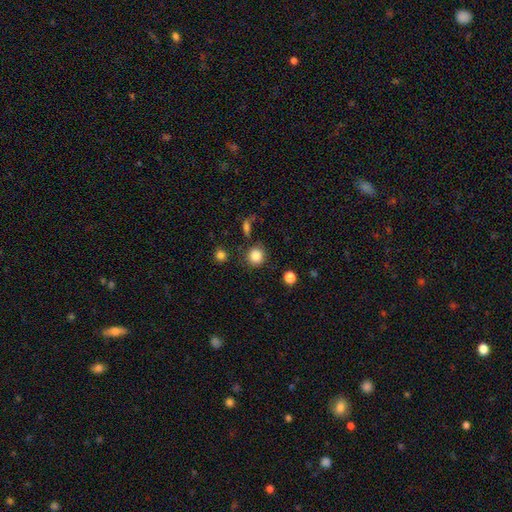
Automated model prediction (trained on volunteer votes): Smooth or featured?
  - smooth: 86% *
  - star or artifact: 10%
  - featured or disk: 4%
How rounded?
  - round: 90% *
  - in between: 9%
  - cigar-shaped: 1%
Merging?
  - none: 83% *
  - minor disturbance: 10%
  - merger: 4%
  - major disturbance: 4%